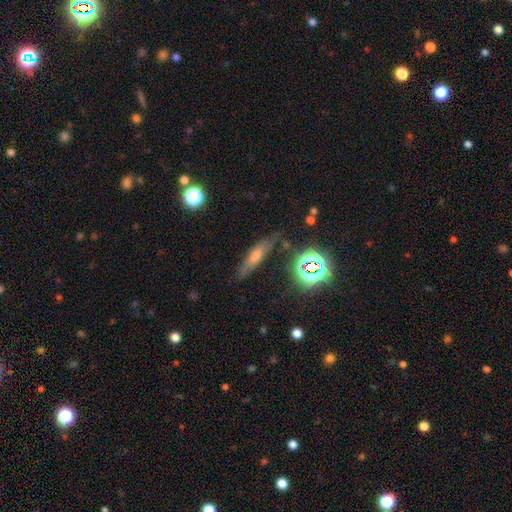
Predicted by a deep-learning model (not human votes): This appears to be a smooth galaxy with no disk features (48%). Merging: none (76%).